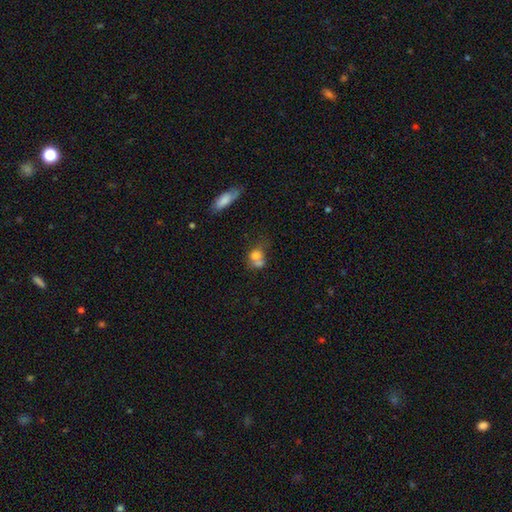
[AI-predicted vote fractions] smooth 73%, featured or disk 16%, star or artifact 11%. Down the decision tree: how rounded — round (56%); merging — merger (51%).